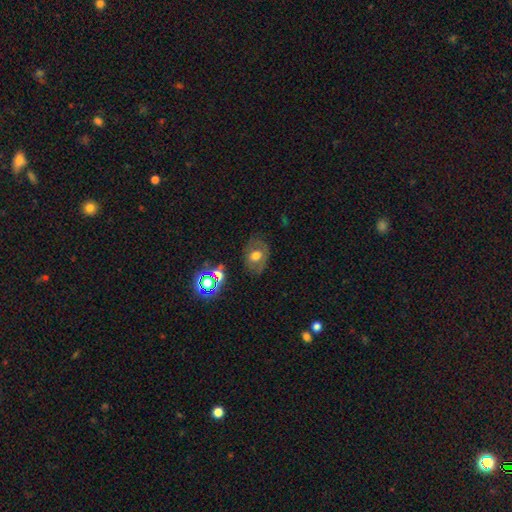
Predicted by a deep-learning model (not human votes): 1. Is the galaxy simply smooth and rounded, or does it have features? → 50% smooth, 35% featured or disk, 15% star or artifact.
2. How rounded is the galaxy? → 57% in between, 42% round, 1% cigar-shaped.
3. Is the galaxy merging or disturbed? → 70% none, 18% minor disturbance, 9% major disturbance, 3% merger.